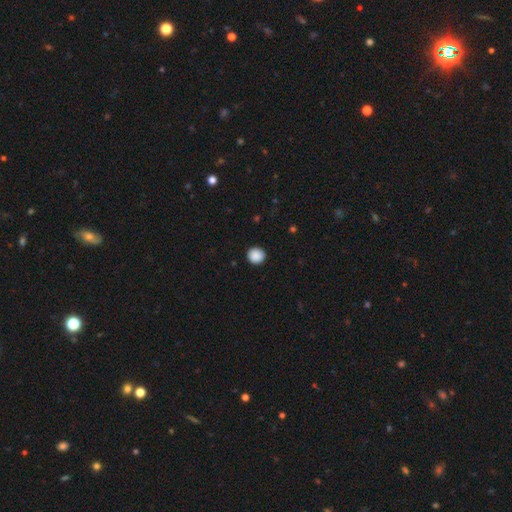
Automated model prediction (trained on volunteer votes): Smooth or featured? Predicted: smooth (p=0.89). How rounded? Predicted: round (p=0.92). Merging? Predicted: none (p=0.92).